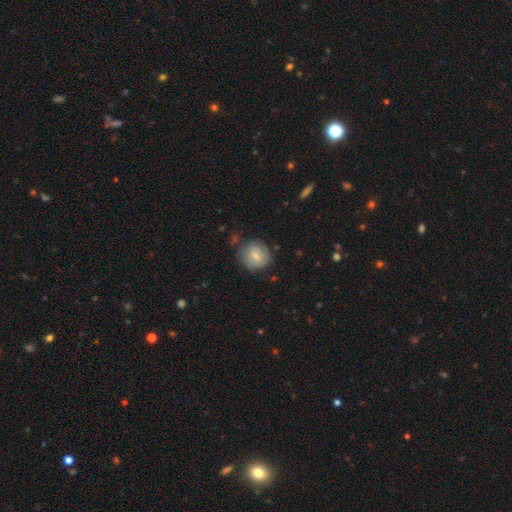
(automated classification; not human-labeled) Smooth or featured?
  - smooth: 67% *
  - featured or disk: 25%
  - star or artifact: 7%
How rounded?
  - round: 84% *
  - in between: 15%
  - cigar-shaped: 1%
Merging?
  - none: 68% *
  - minor disturbance: 22%
  - major disturbance: 7%
  - merger: 3%